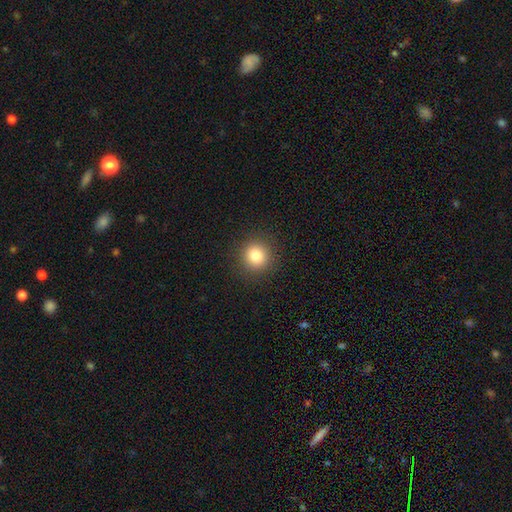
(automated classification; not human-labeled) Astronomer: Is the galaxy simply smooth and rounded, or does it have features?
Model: smooth — 82%.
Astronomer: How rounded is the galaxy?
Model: round — 92%.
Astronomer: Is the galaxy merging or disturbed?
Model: none — 91%.